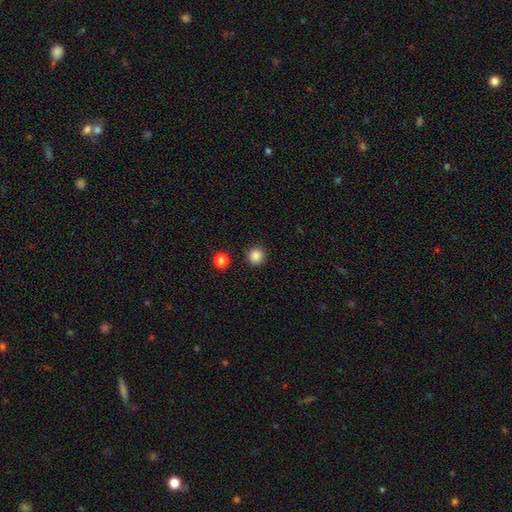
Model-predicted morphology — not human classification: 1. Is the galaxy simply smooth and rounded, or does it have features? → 86% smooth, 11% star or artifact, 3% featured or disk.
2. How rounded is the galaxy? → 95% round, 4% in between, 1% cigar-shaped.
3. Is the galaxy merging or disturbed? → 91% none, 5% minor disturbance, 2% major disturbance, 2% merger.